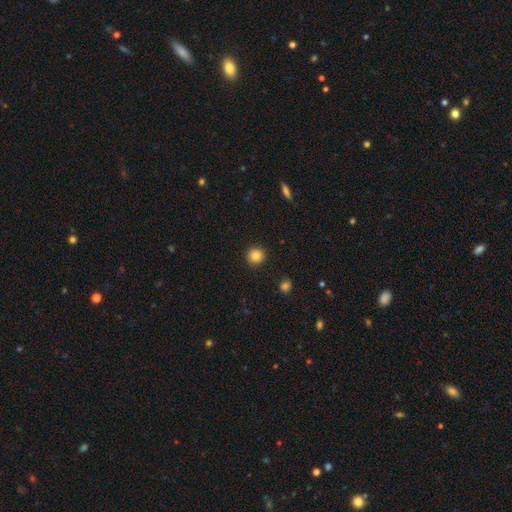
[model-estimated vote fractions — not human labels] A smooth galaxy with no disk features (85%) that is round (95%). Merging: none (91%).